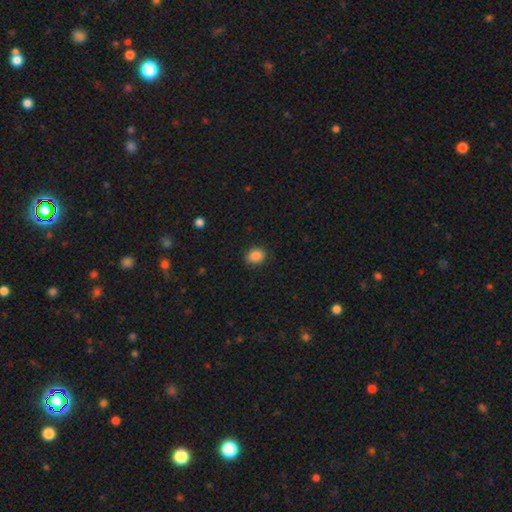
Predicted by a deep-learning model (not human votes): Morphology: type=smooth (88%); roundness=in between (56%); merging=none (86%).